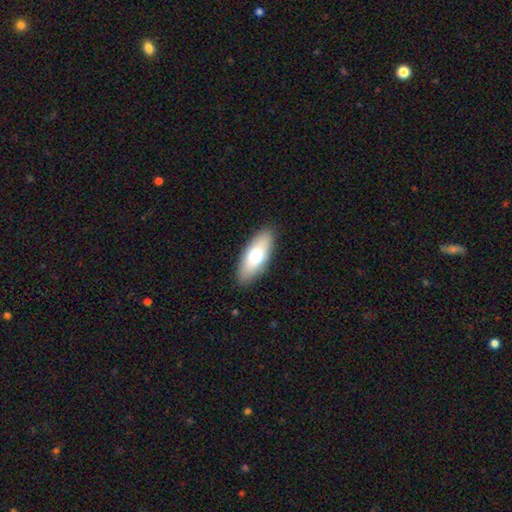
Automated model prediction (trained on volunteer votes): smooth_or_featured: smooth (p=0.68) [alt: featured or disk p=0.25]
how_rounded: in between (p=0.76) [alt: cigar-shaped p=0.22]
merging: none (p=0.88) [alt: minor disturbance p=0.09]